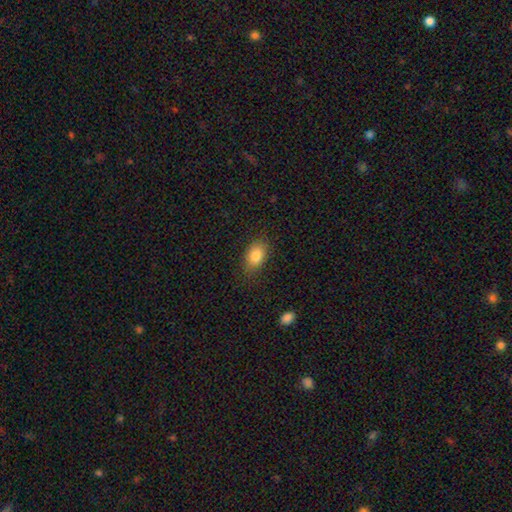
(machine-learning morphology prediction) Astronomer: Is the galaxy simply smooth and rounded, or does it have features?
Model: smooth — 83%.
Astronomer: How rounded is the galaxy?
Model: in between — 85%.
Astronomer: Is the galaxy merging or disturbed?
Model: none — 82%.